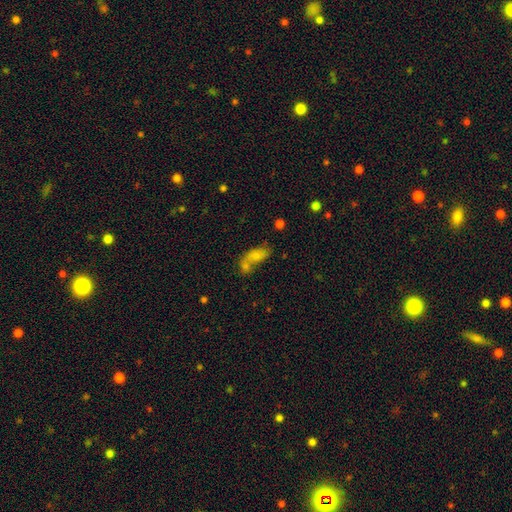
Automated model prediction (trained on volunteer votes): Q: Smooth or featured?
A: smooth (71%); runner-up: featured or disk (18%)
Q: How rounded?
A: in between (82%); runner-up: cigar-shaped (11%)
Q: Merging?
A: merger (51%); runner-up: none (28%)